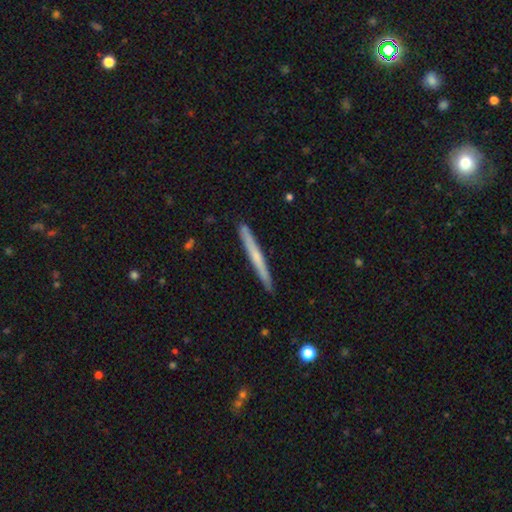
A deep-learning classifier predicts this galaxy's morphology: Q: Smooth or featured?
A: smooth (48%); runner-up: featured or disk (46%)
Q: Merging?
A: none (91%); runner-up: minor disturbance (7%)